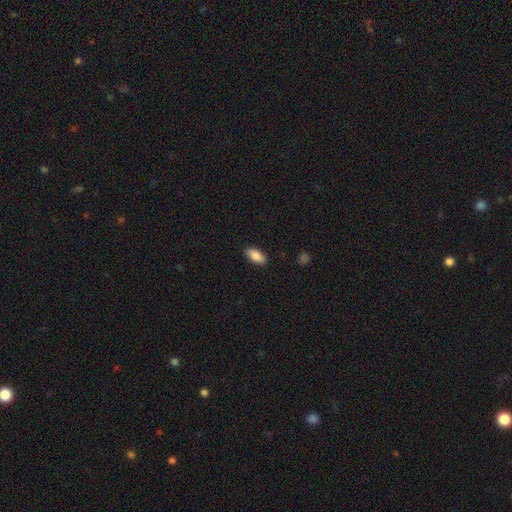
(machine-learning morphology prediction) Smooth or featured? smooth (87%)
How rounded? in between (91%)
Merging? none (88%)